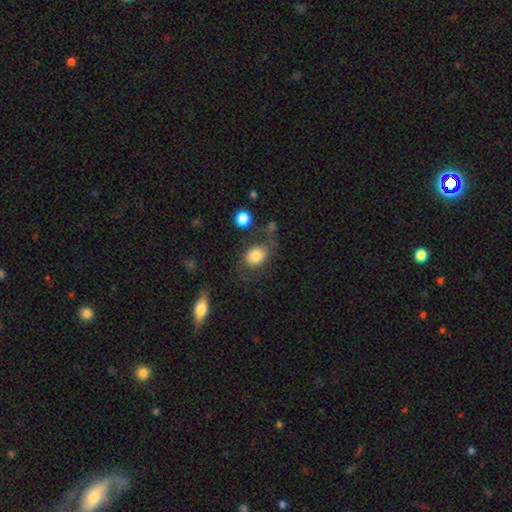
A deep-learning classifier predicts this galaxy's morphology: Smooth or featured? Predicted: smooth (p=0.78). How rounded? Predicted: in between (p=0.62). Merging? Predicted: none (p=0.62).